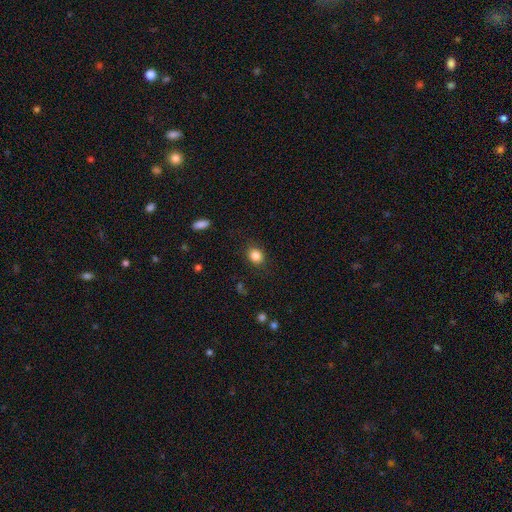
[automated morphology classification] This is clearly a smooth galaxy (84%). How rounded: possibly round (58%). Merging: clearly none (85%).